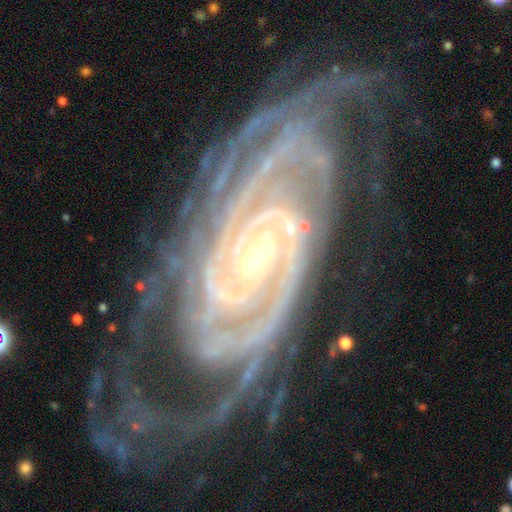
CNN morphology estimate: Smooth or featured? Predicted: featured or disk (p=0.92). Edge-on disk? Predicted: no (p=0.96). Bar? Predicted: no (p=0.43). Spiral arms? Predicted: yes (p=0.99). Spiral winding? Predicted: tight (p=0.74). Spiral arm count? Predicted: 2 (p=0.32). Bulge size? Predicted: small (p=0.79). Merging? Predicted: none (p=0.64).